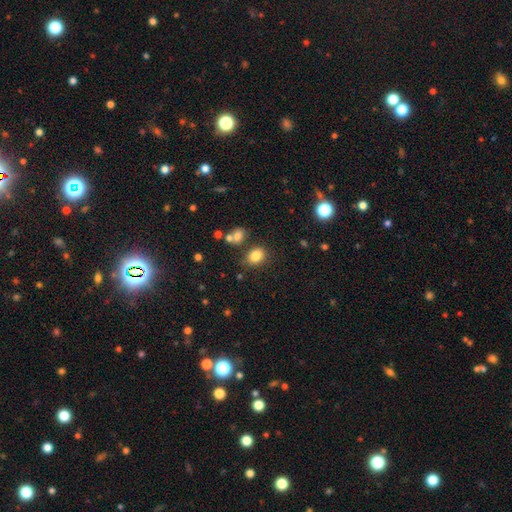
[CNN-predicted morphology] Smooth or featured? Predicted: smooth (p=0.82). How rounded? Predicted: in between (p=0.56). Merging? Predicted: none (p=0.75).